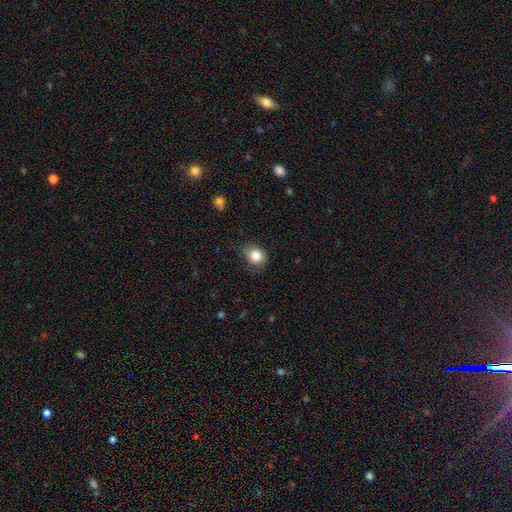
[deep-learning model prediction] Q: Smooth or featured?
A: smooth (85%); runner-up: star or artifact (9%)
Q: How rounded?
A: round (59%); runner-up: in between (40%)
Q: Merging?
A: none (78%); runner-up: minor disturbance (17%)